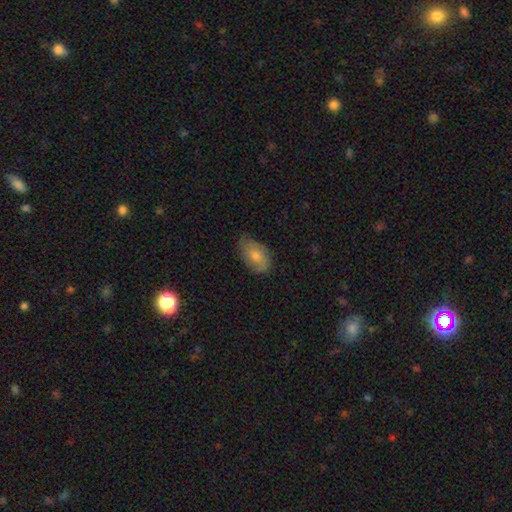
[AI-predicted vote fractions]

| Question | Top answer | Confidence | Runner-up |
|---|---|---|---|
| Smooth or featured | smooth | 57% | featured or disk (34%) |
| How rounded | in between | 88% | round (10%) |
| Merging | none | 72% | minor disturbance (23%) |